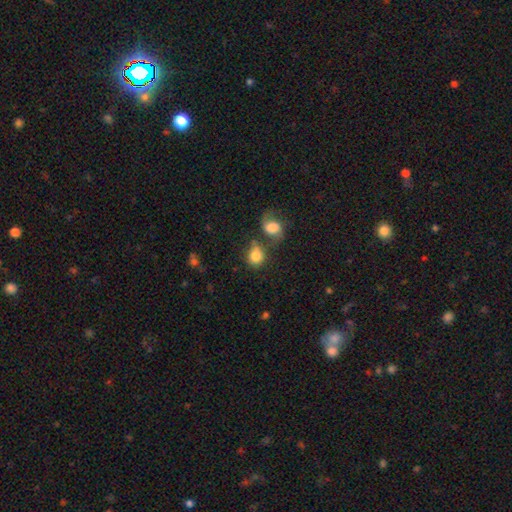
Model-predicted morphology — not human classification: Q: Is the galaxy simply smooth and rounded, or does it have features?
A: smooth — 80%.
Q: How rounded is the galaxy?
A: round — 64%.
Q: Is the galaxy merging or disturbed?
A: none — 47%.